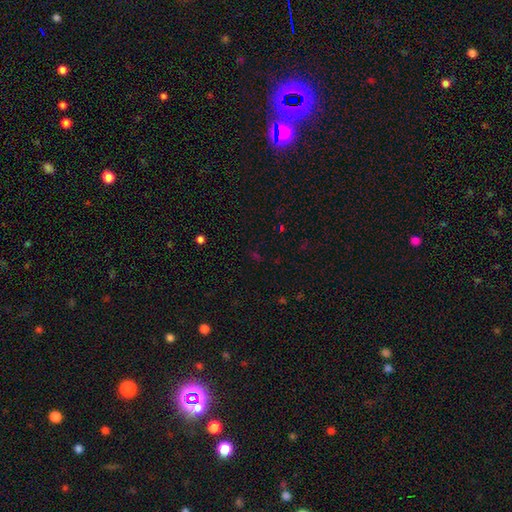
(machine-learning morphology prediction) A star or artifact, not a galaxy (63%).